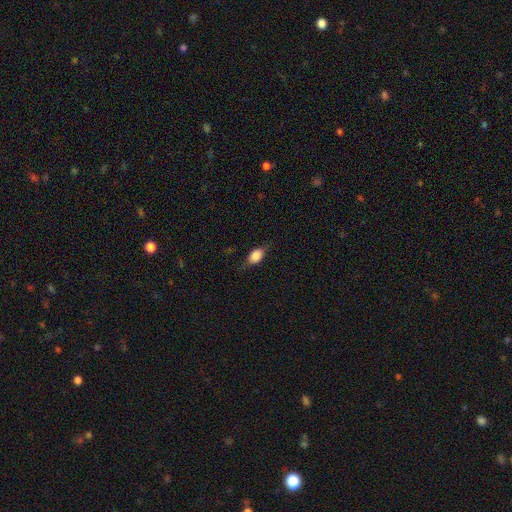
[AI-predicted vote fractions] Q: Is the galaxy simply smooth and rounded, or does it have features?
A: smooth — 79%.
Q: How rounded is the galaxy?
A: in between — 82%.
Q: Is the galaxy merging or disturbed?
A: none — 71%.